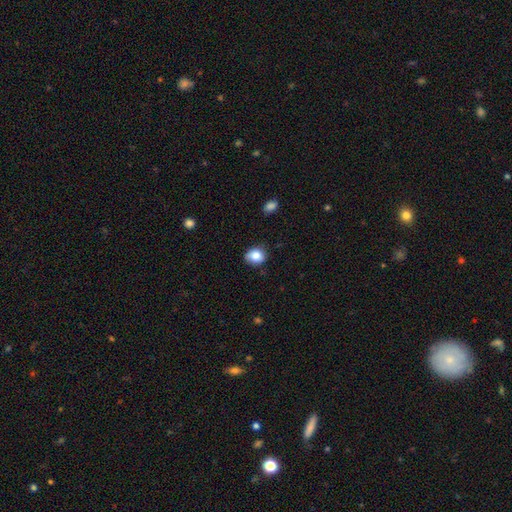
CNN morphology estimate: A smooth galaxy with no disk features (83%) that is round (63%). Merging: none (69%).